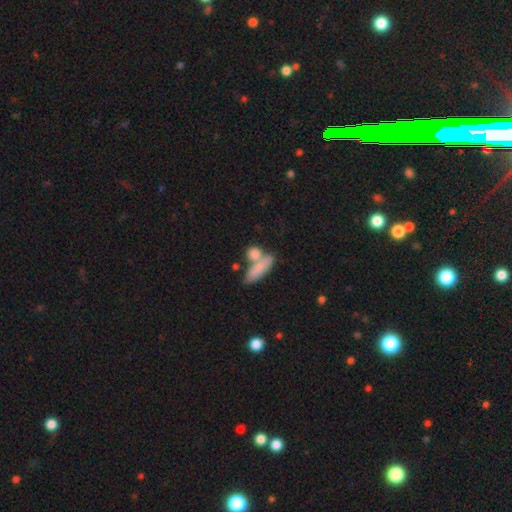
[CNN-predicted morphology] smooth_or_featured: smooth (p=0.74) [alt: featured or disk p=0.17]
how_rounded: in between (p=0.48) [alt: cigar-shaped p=0.38]
merging: none (p=0.47) [alt: merger p=0.35]